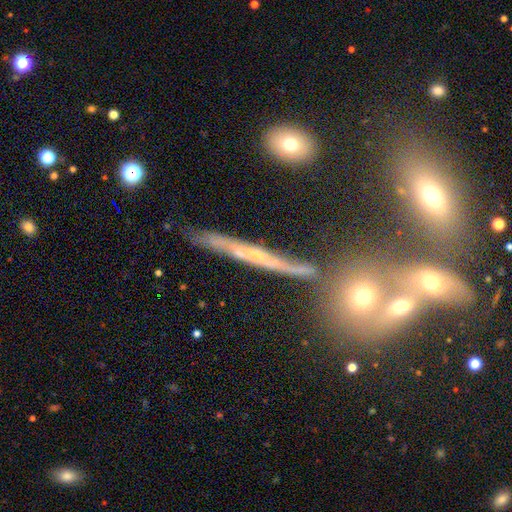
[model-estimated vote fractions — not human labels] smooth-or-featured: featured or disk: 64% | smooth: 25% | star or artifact: 11%
  disk-edge-on: yes: 86% | no: 14%
    edge-on-bulge: none: 67% | rounded: 24% | boxy: 9%
  merging: none: 73% | minor disturbance: 17% | merger: 6% | major disturbance: 5%